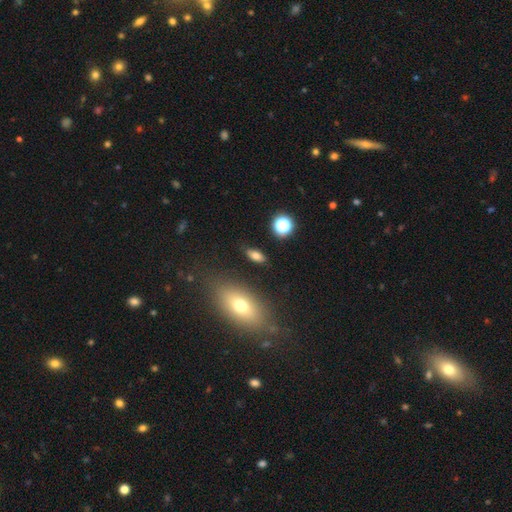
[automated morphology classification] smooth 74%, featured or disk 14%, star or artifact 13%. Down the decision tree: how rounded — in between (82%); merging — none (84%).